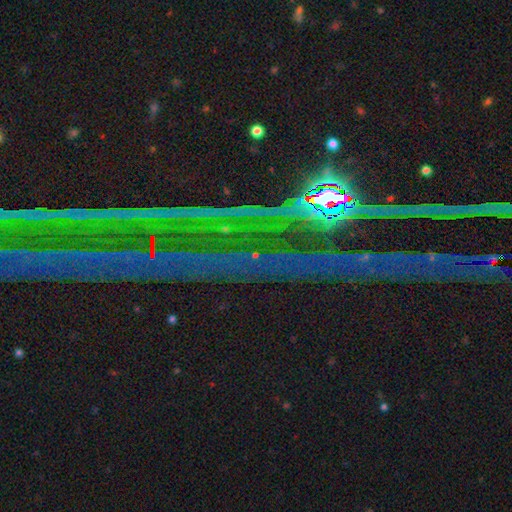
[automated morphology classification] type=star or artifact (83%).